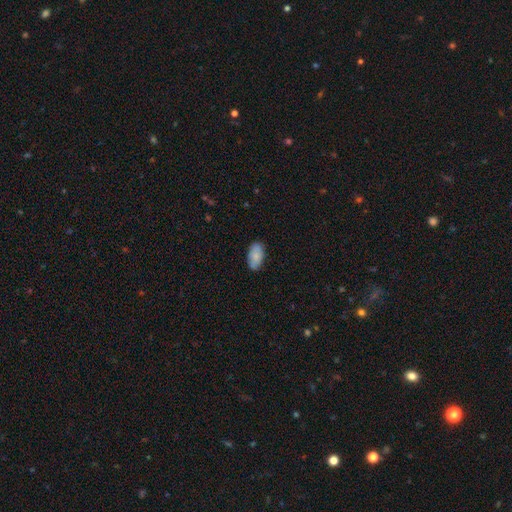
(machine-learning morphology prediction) smooth_or_featured: smooth (p=0.82) [alt: featured or disk p=0.12]
how_rounded: in between (p=0.94) [alt: cigar-shaped p=0.03]
merging: none (p=0.82) [alt: minor disturbance p=0.15]